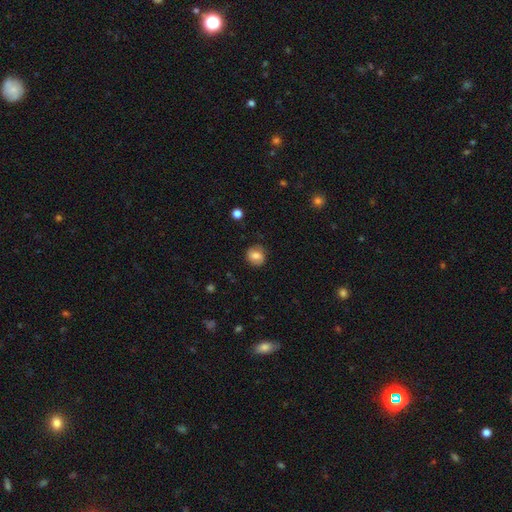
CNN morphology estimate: smooth-or-featured: smooth: 71% | featured or disk: 20% | star or artifact: 9%
  how-rounded: round: 77% | in between: 22% | cigar-shaped: 1%
  merging: none: 81% | minor disturbance: 14% | major disturbance: 4% | merger: 1%